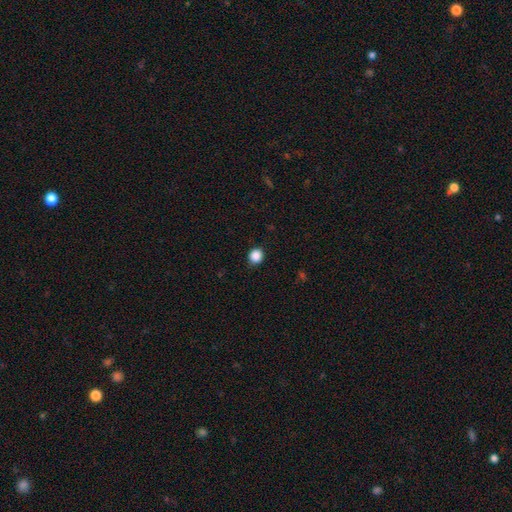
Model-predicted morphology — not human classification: Smooth or featured? smooth (87%)
How rounded? round (85%)
Merging? none (89%)